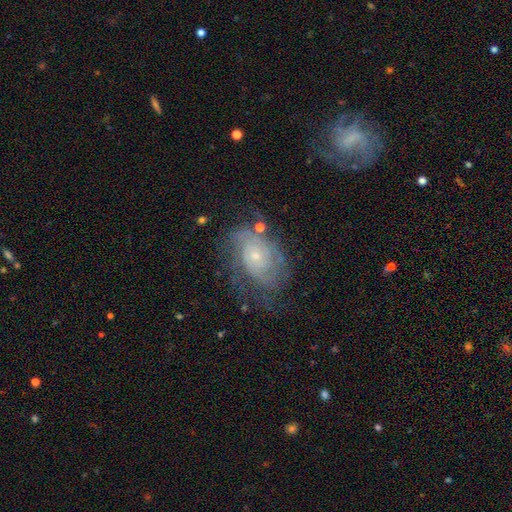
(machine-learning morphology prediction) Smooth or featured: featured or disk — 77% (smooth — 15%)
Edge-on disk: no — 96% (yes — 4%)
Bar: no — 77% (weak — 20%)
Spiral arms: yes — 89% (no — 11%)
Spiral winding: tight — 59% (medium — 31%)
Spiral arm count: can't tell — 44% (2 — 25%)
Bulge size: small — 73% (moderate — 22%)
Merging: none — 58% (minor disturbance — 23%)